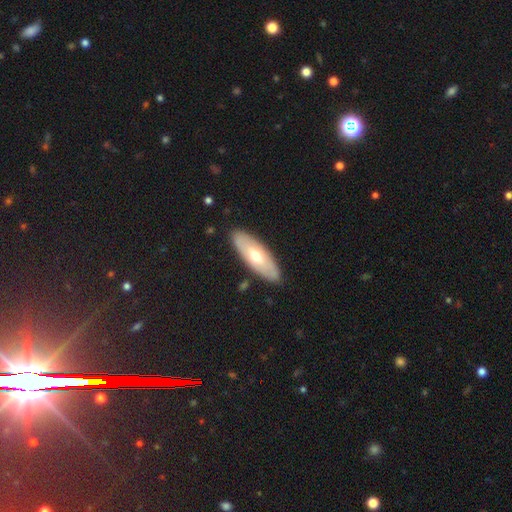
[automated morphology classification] Q: Smooth or featured?
A: smooth (49%); runner-up: featured or disk (46%)
Q: Merging?
A: none (87%); runner-up: minor disturbance (10%)